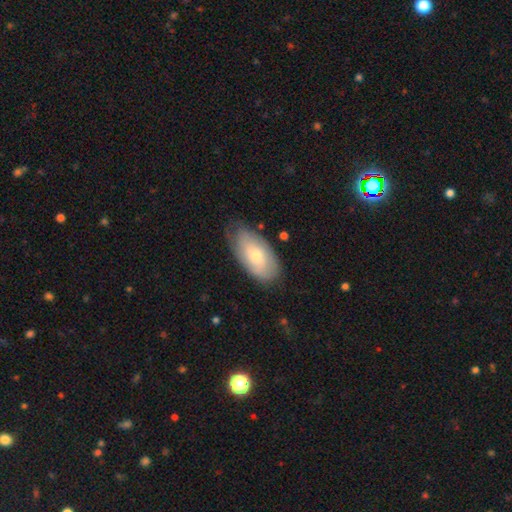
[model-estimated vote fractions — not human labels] Smooth or featured?
  - smooth: 59% *
  - featured or disk: 35%
  - star or artifact: 6%
How rounded?
  - in between: 93% *
  - cigar-shaped: 4%
  - round: 3%
Merging?
  - none: 69% *
  - minor disturbance: 24%
  - major disturbance: 5%
  - merger: 2%